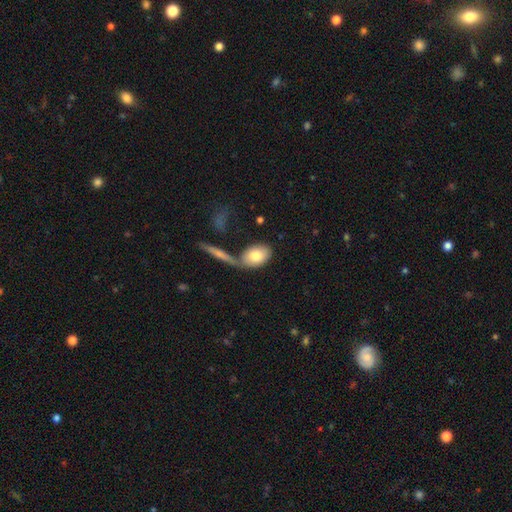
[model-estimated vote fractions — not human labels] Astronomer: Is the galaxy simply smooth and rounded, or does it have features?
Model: smooth — 78%.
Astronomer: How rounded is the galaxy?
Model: in between — 87%.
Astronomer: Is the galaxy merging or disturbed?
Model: none — 51%.